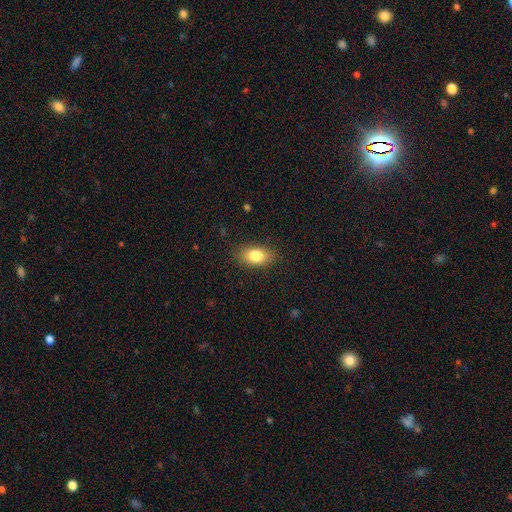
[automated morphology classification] A smooth galaxy with no disk features (82%) that is in between round and cigar-shaped (87%). Merging: none (84%).